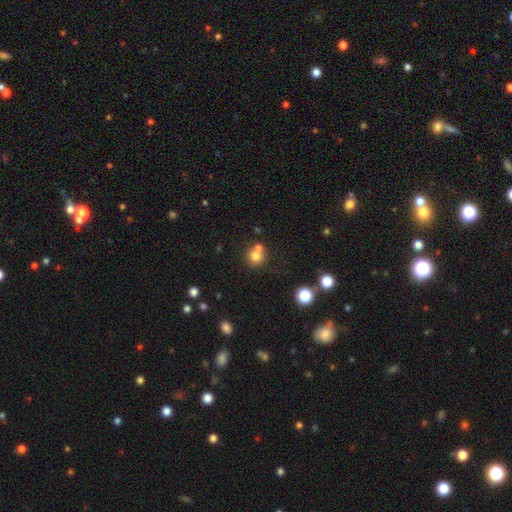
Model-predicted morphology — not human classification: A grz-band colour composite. It shows a smooth galaxy with no disk features (75%) that is round (89%). Merging: none (51%).